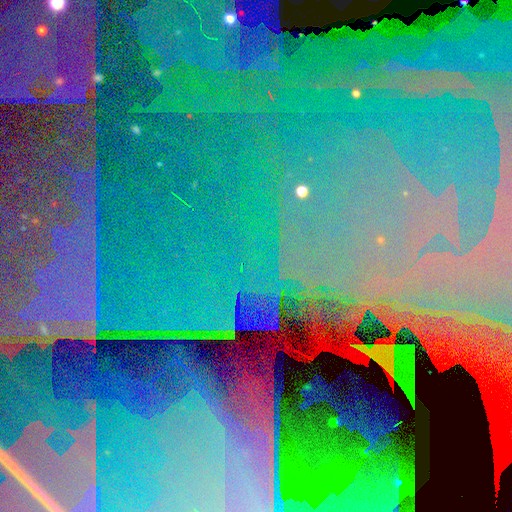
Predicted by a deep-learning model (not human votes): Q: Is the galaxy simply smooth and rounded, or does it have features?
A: star or artifact — 85%.